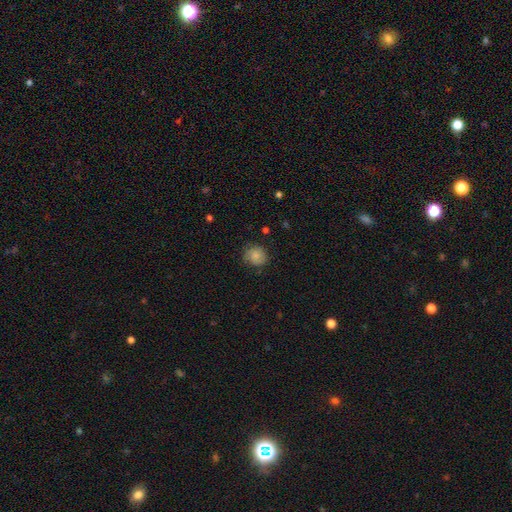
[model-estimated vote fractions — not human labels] Smooth or featured? Predicted: smooth (p=0.62). How rounded? Predicted: round (p=0.83). Merging? Predicted: none (p=0.70).